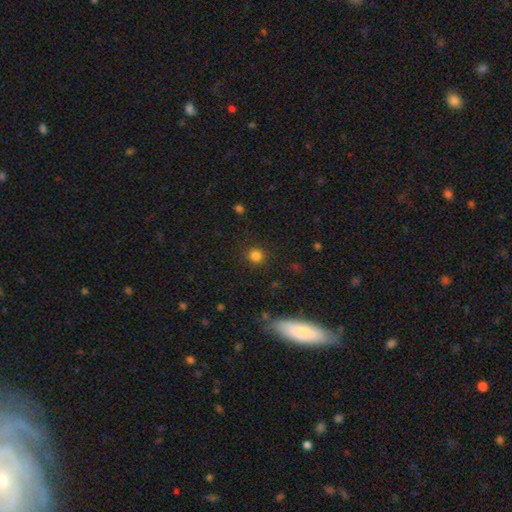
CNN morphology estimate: A smooth galaxy with no disk features (82%) that is round (91%).

Vote fractions:
- Smooth or featured? smooth: 82% / star or artifact: 14% / featured or disk: 4%
- How rounded? round: 91% / in between: 8% / cigar-shaped: 1%
- Merging? none: 88% / minor disturbance: 8% / major disturbance: 3% / merger: 2%